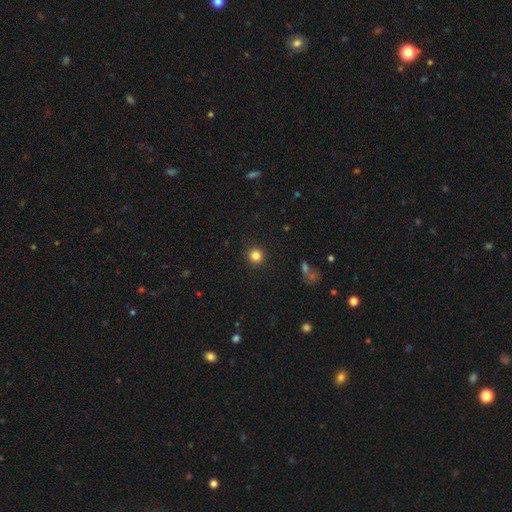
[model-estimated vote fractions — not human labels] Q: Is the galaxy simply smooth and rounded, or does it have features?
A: smooth — 83%.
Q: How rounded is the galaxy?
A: round — 94%.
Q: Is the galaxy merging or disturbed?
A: none — 92%.